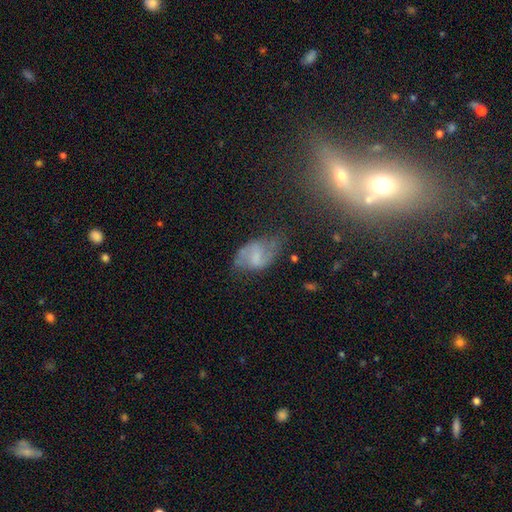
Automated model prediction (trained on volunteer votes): This is likely a featured or disk galaxy (62%). It is clearly not viewed edge-on (96%). Bar: possibly weak (51%). Spiral arm pattern: clearly yes (83%). Central bulge: possibly none (45%). Merging: possibly none (56%).